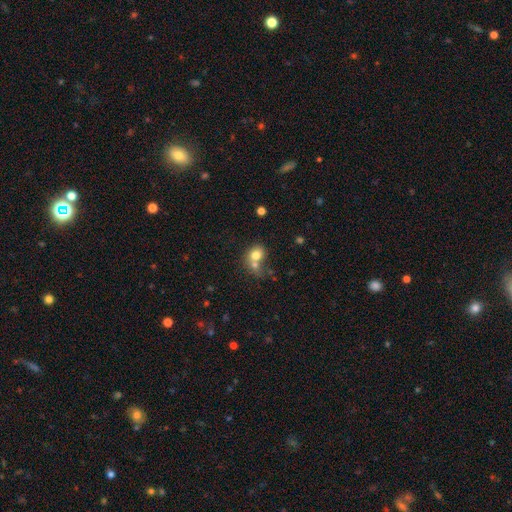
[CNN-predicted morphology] The model was most divided on "how rounded": round: 61%, in between: 38%, cigar-shaped: 1%. More confident: smooth or featured — smooth (75%); merging — merger (55%).